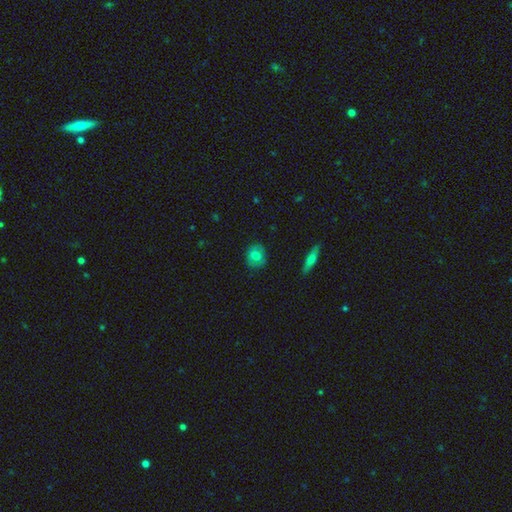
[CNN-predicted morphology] Overall: smooth (72%). How rounded: round (66%; in between 32%). Merging: none (84%).